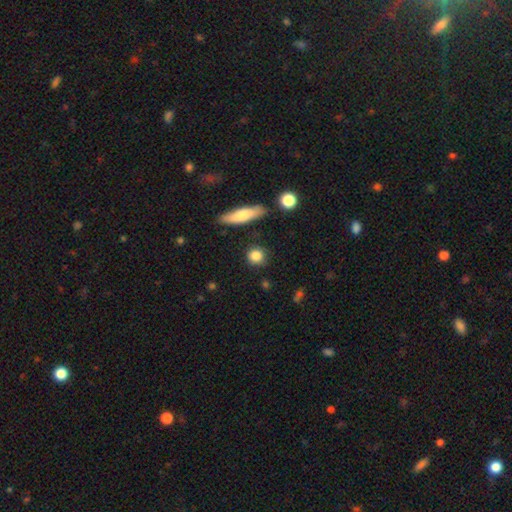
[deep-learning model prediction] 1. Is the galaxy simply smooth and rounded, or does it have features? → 84% smooth, 8% star or artifact, 8% featured or disk.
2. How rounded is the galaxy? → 82% round, 14% in between, 5% cigar-shaped.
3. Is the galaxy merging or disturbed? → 85% none, 9% minor disturbance, 3% merger, 3% major disturbance.